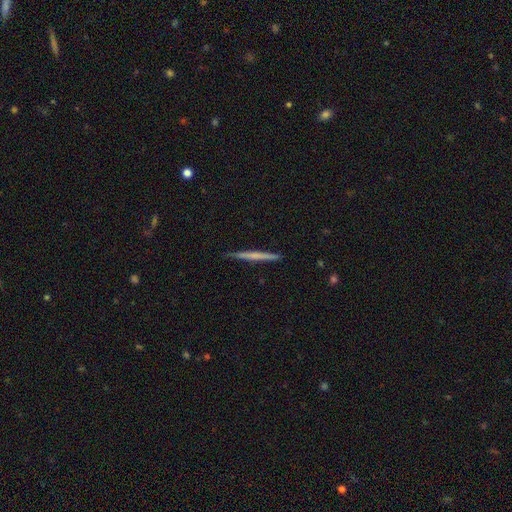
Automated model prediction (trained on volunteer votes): smooth-or-featured: featured or disk: 48% | smooth: 46% | star or artifact: 6%
  merging: none: 89% | minor disturbance: 9% | major disturbance: 1% | merger: 1%